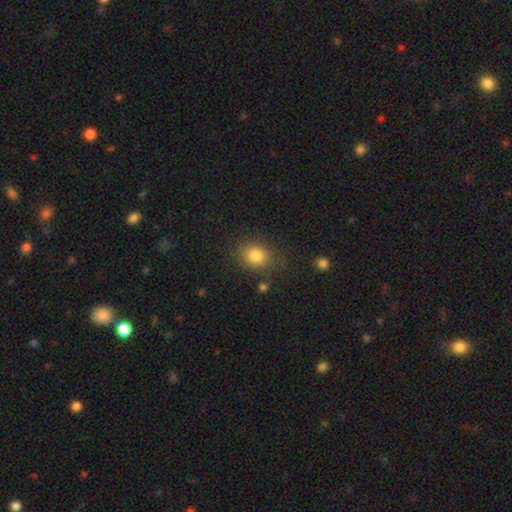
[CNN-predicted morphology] The model was most divided on "how rounded": round: 60%, in between: 39%, cigar-shaped: 1%. More confident: smooth or featured — smooth (83%); merging — none (76%).